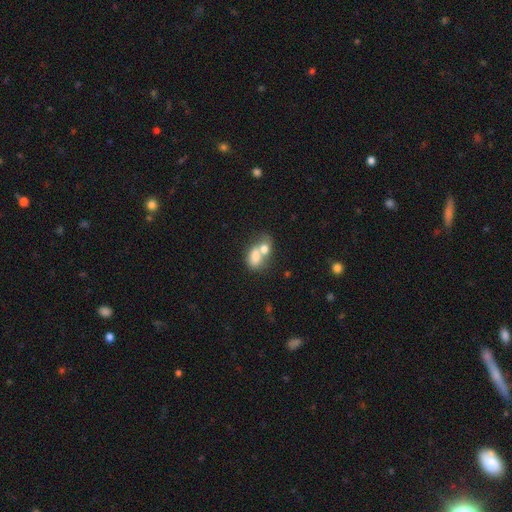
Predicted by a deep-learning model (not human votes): Overall: smooth (72%). How rounded: in between (73%). Merging: merger (70%).